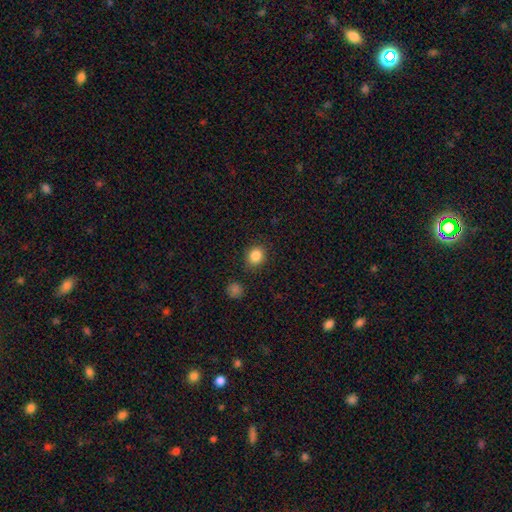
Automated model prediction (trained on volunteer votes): The model was most divided on "how rounded": round: 76%, in between: 24%, cigar-shaped: 1%. More confident: merging — none (87%); smooth or featured — smooth (85%).